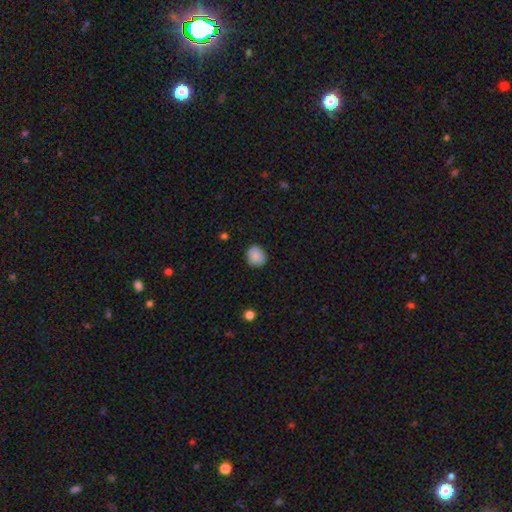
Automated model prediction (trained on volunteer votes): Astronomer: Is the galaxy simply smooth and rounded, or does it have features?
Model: smooth — 86%.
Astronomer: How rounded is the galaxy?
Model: round — 83%.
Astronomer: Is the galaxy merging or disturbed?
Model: none — 86%.